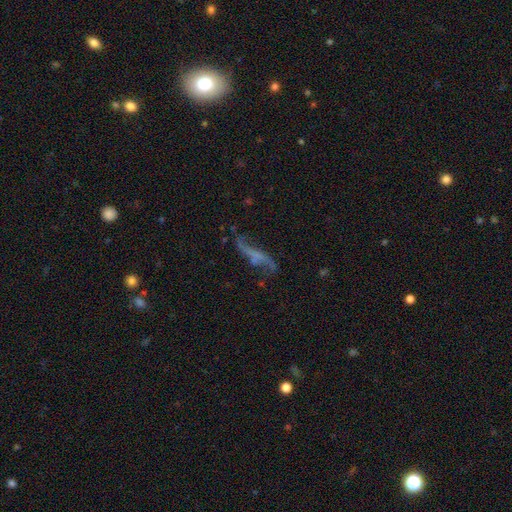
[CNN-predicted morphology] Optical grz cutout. It shows a featured or disk galaxy (72%) with no bar (54%), spiral arms (82%) and no central bulge (68%). Merging: none (55%).